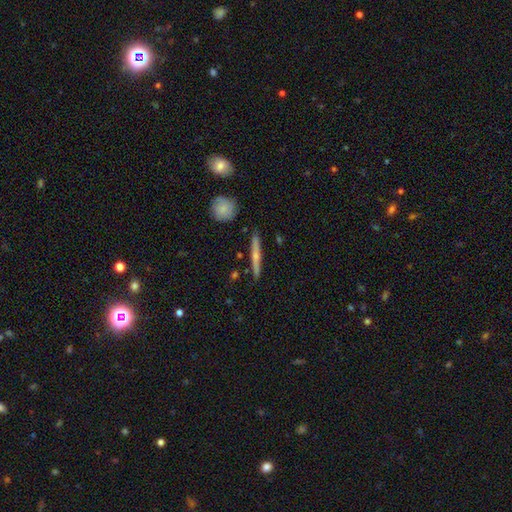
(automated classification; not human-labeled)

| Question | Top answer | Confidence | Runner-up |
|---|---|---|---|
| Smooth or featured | featured or disk | 56% | smooth (38%) |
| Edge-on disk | yes | 97% | no (3%) |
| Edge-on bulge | rounded | 68% | none (27%) |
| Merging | none | 89% | minor disturbance (7%) |